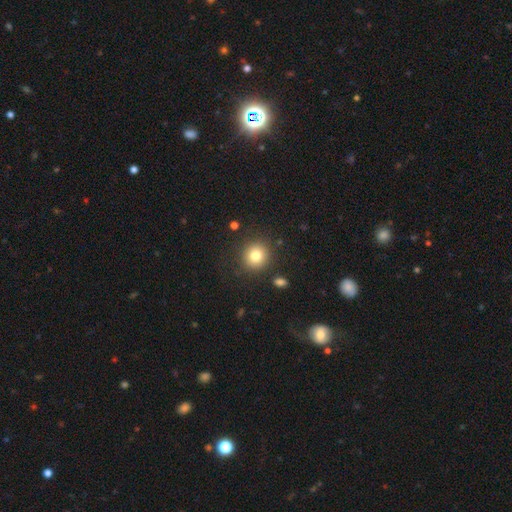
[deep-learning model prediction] smooth-or-featured: smooth: 80% | star or artifact: 11% | featured or disk: 9%
  how-rounded: round: 90% | in between: 9% | cigar-shaped: 1%
  merging: none: 87% | minor disturbance: 8% | major disturbance: 3% | merger: 2%